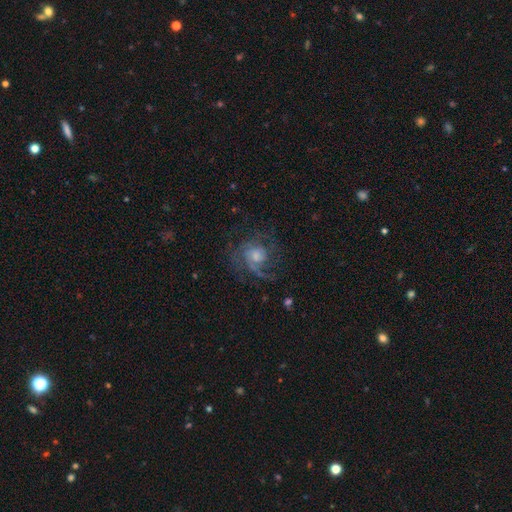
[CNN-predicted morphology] Q: Smooth or featured?
A: featured or disk (73%); runner-up: smooth (17%)
Q: Edge-on disk?
A: no (98%); runner-up: yes (2%)
Q: Bar?
A: no (72%); runner-up: weak (25%)
Q: Spiral arms?
A: yes (91%); runner-up: no (9%)
Q: Spiral winding?
A: medium (45%); runner-up: tight (35%)
Q: Spiral arm count?
A: 2 (29%); runner-up: can't tell (27%)
Q: Bulge size?
A: moderate (48%); runner-up: small (29%)
Q: Merging?
A: none (64%); runner-up: major disturbance (19%)